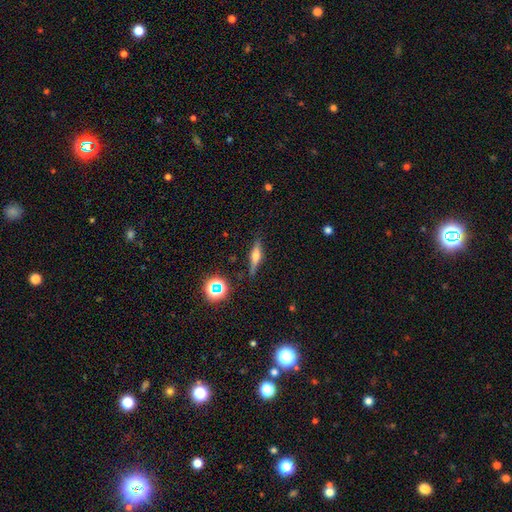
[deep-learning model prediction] Smooth or featured?
  - featured or disk: 54% *
  - smooth: 34%
  - star or artifact: 12%
Edge-on disk?
  - yes: 94% *
  - no: 6%
Edge-on bulge?
  - rounded: 86% *
  - boxy: 10%
  - none: 4%
Merging?
  - none: 83% *
  - minor disturbance: 12%
  - major disturbance: 3%
  - merger: 2%